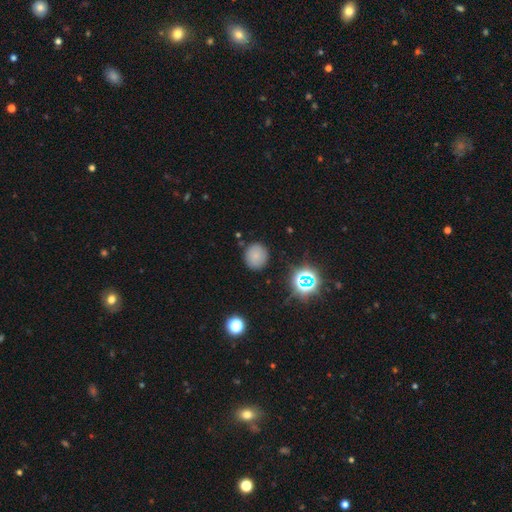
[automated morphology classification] Smooth or featured: smooth — 77% (star or artifact — 17%)
How rounded: round — 86% (in between — 13%)
Merging: none — 86% (minor disturbance — 10%)